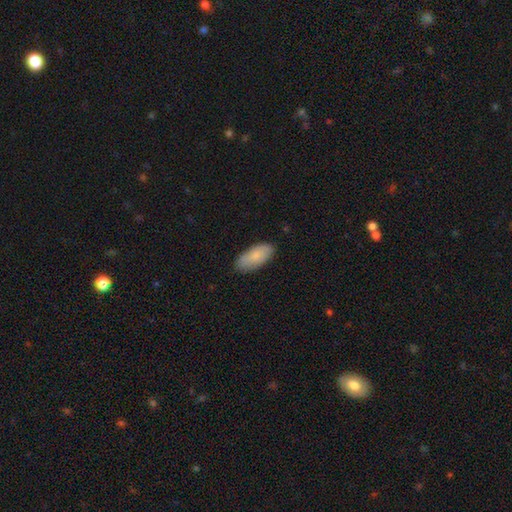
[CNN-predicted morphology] Smooth or featured?
  - smooth: 84% *
  - featured or disk: 10%
  - star or artifact: 6%
How rounded?
  - in between: 90% *
  - cigar-shaped: 8%
  - round: 2%
Merging?
  - none: 85% *
  - minor disturbance: 12%
  - major disturbance: 2%
  - merger: 1%